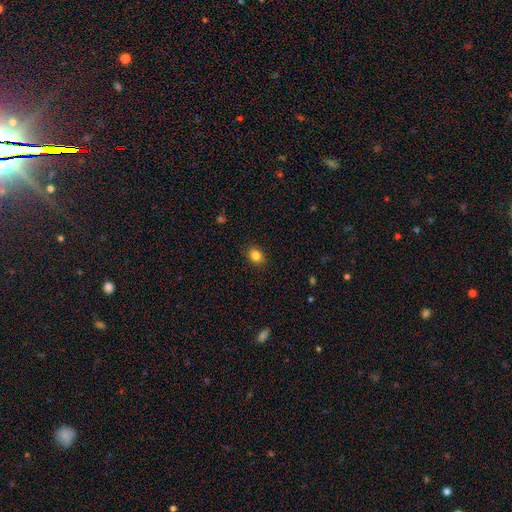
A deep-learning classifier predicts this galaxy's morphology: smooth 83%, star or artifact 10%, featured or disk 6%. Down the decision tree: how rounded — in between (54%); merging — none (87%).